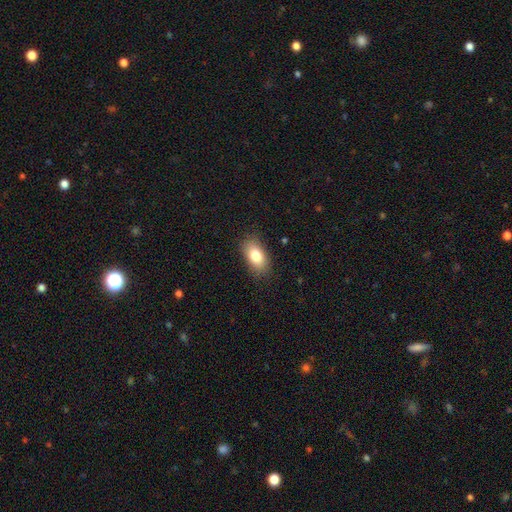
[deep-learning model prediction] Q: Smooth or featured?
A: smooth (81%); runner-up: featured or disk (11%)
Q: How rounded?
A: in between (90%); runner-up: round (7%)
Q: Merging?
A: none (84%); runner-up: minor disturbance (12%)